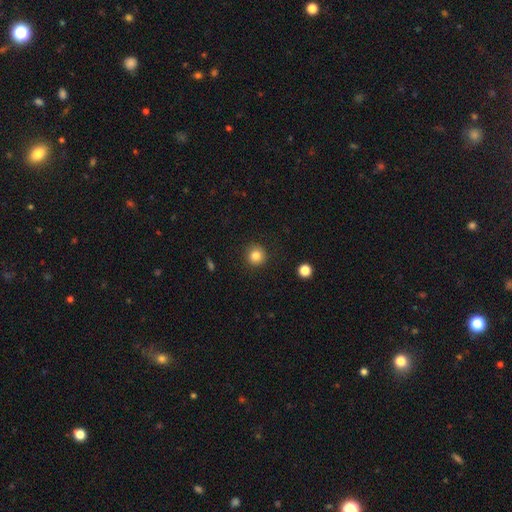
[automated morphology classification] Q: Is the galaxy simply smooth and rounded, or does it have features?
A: smooth — 84%.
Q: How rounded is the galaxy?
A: round — 93%.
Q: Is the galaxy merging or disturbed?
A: none — 90%.